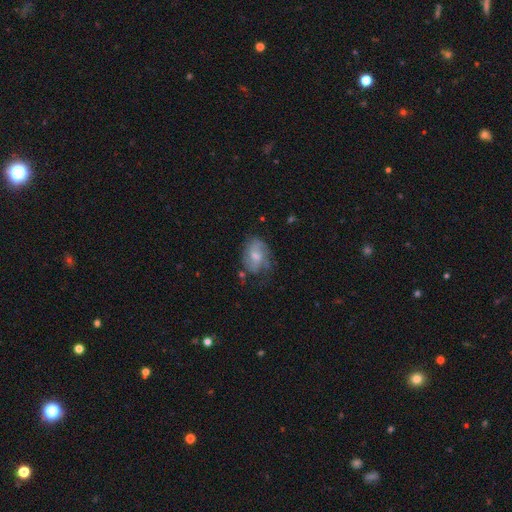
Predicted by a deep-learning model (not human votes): A featured or disk galaxy (51%). Merging: none (49%).